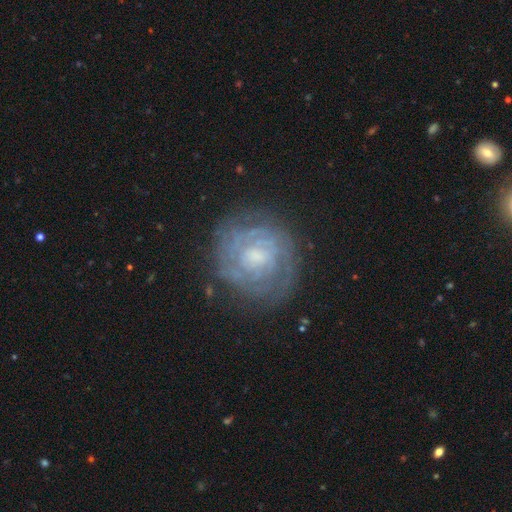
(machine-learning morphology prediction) Q: Smooth or featured?
A: featured or disk (75%); runner-up: smooth (17%)
Q: Edge-on disk?
A: no (97%); runner-up: yes (3%)
Q: Bar?
A: no (56%); runner-up: weak (36%)
Q: Spiral arms?
A: yes (82%); runner-up: no (18%)
Q: Spiral winding?
A: tight (73%); runner-up: medium (21%)
Q: Spiral arm count?
A: can't tell (52%); runner-up: 2 (20%)
Q: Bulge size?
A: small (42%); runner-up: moderate (36%)
Q: Merging?
A: none (76%); runner-up: minor disturbance (16%)